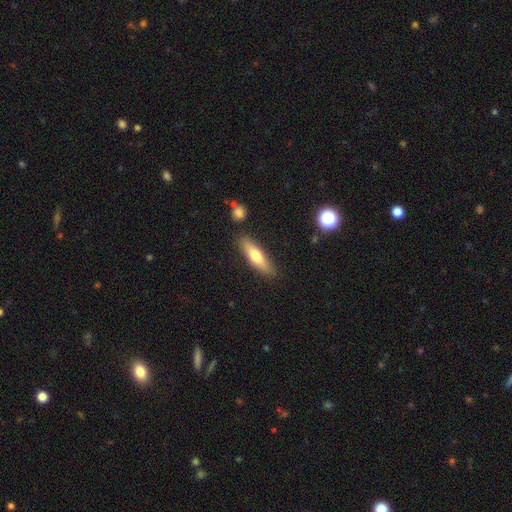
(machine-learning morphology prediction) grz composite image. It shows a smooth galaxy with no disk features (62%) that is cigar-shaped (65%). Merging: none (85%).